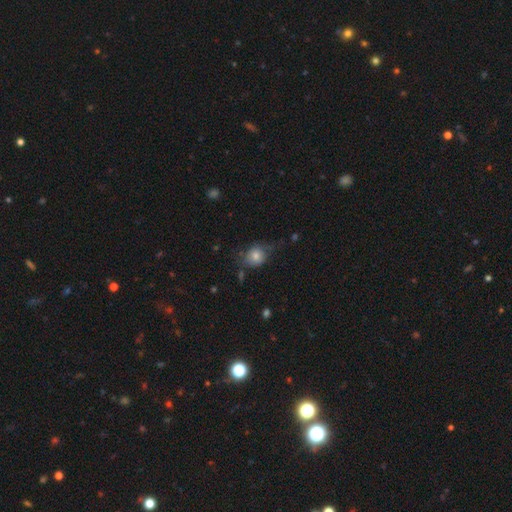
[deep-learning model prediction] Smooth or featured? smooth (73%)
How rounded? round (69%)
Merging? none (53%)